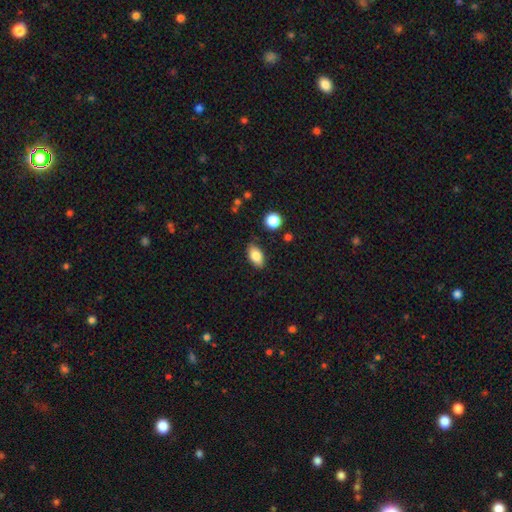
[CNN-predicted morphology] Smooth or featured: smooth — 83% (featured or disk — 9%)
How rounded: in between — 90% (round — 7%)
Merging: none — 84% (minor disturbance — 12%)